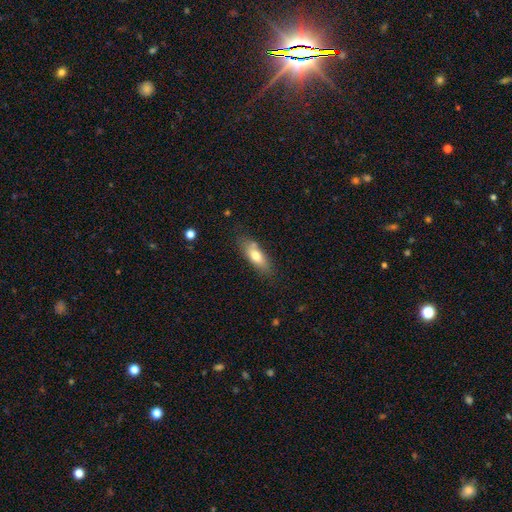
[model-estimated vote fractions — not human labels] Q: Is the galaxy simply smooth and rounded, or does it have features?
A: smooth — 72%.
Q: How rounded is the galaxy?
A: in between — 69%.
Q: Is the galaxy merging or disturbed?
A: none — 72%.